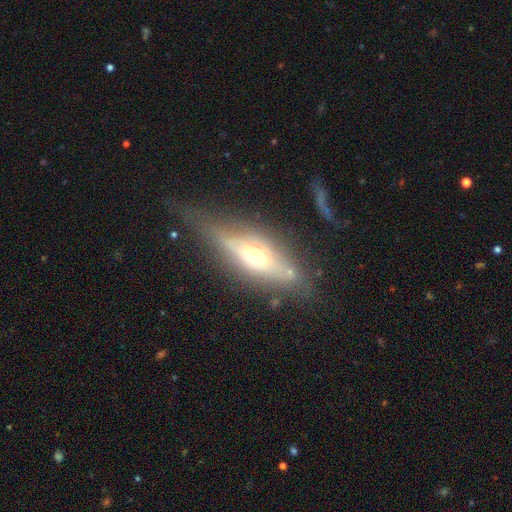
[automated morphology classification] Smooth or featured? Predicted: featured or disk (p=0.67). Edge-on disk? Predicted: yes (p=0.81). Edge-on bulge? Predicted: rounded (p=0.90). Merging? Predicted: none (p=0.61).